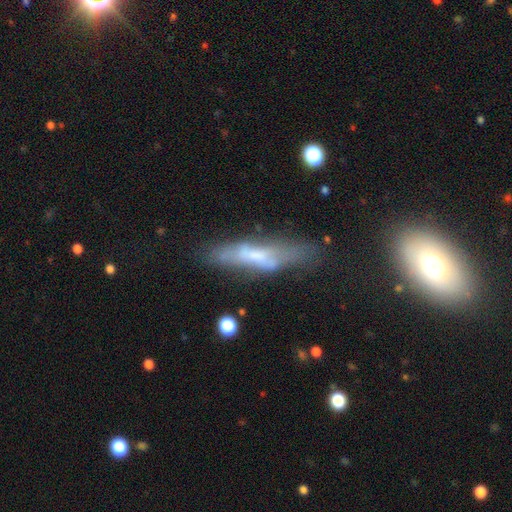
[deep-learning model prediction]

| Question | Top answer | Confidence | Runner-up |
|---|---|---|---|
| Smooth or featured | featured or disk | 49% | smooth (42%) |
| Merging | none | 49% | minor disturbance (26%) |